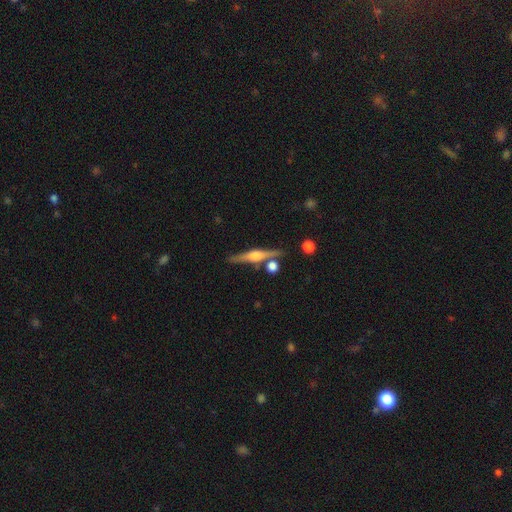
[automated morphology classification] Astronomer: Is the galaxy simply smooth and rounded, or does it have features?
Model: featured or disk — 76%.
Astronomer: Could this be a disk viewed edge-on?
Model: yes — 97%.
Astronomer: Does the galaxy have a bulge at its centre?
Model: rounded — 88%.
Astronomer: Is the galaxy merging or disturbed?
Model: none — 81%.